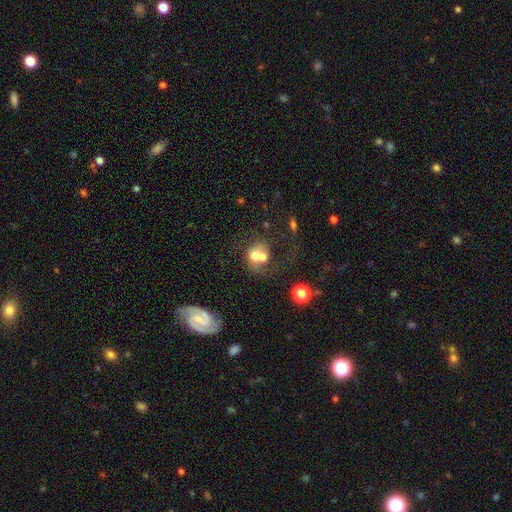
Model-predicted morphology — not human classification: Overall: smooth (58%; featured or disk 30%). How rounded: round (63%; in between 36%). Merging: merger (61%).